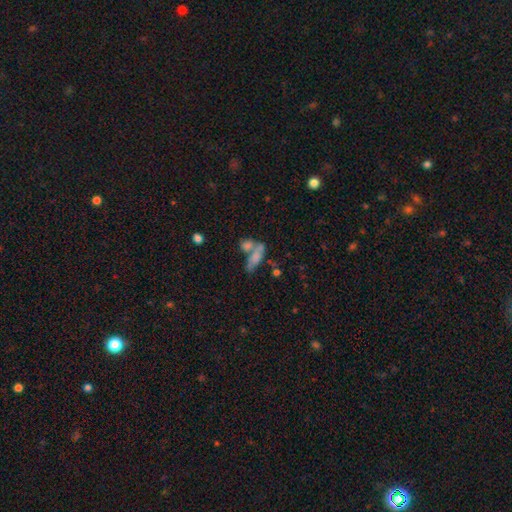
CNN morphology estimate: Overall: smooth (66%). How rounded: in between (67%). Merging: merger (50%; none 29%).